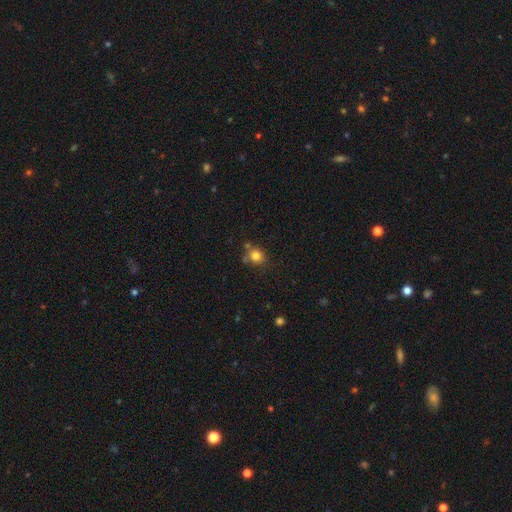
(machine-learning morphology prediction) This appears to be a smooth galaxy with no disk features (80%) that is round (80%). Merging: none (68%).